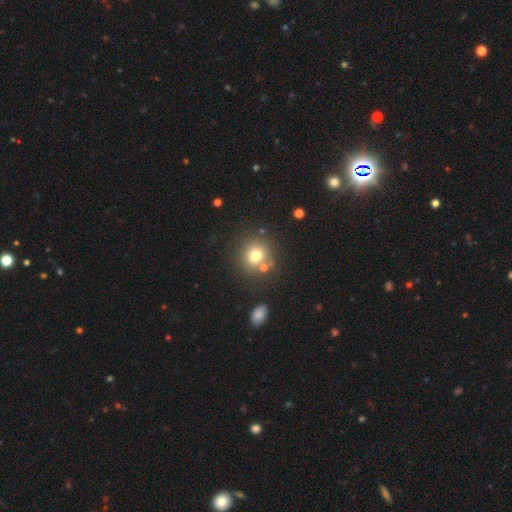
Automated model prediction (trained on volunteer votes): A smooth galaxy with no disk features (74%) that is round (86%).

Vote fractions:
- Smooth or featured? smooth: 74% / star or artifact: 14% / featured or disk: 12%
- How rounded? round: 86% / in between: 13% / cigar-shaped: 1%
- Merging? none: 71% / merger: 15% / minor disturbance: 10% / major disturbance: 4%